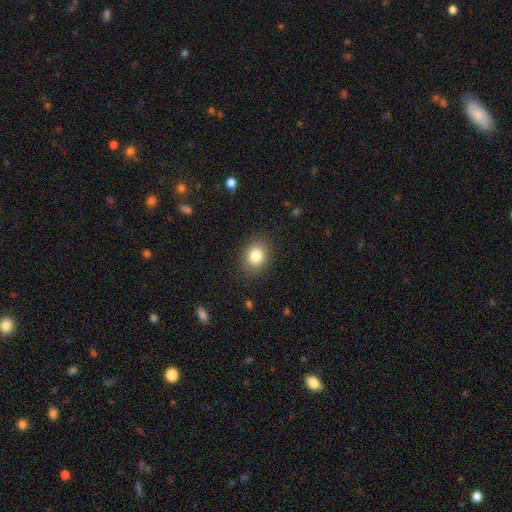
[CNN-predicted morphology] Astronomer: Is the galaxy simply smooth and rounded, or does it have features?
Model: smooth — 82%.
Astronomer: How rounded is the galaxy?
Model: round — 58% (runner-up: in between, 41%).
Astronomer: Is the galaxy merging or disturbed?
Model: none — 87%.